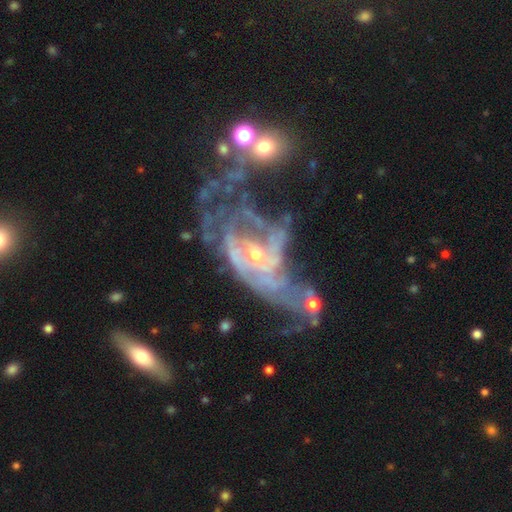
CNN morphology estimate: Smooth or featured?
  - featured or disk: 83% *
  - star or artifact: 10%
  - smooth: 8%
Edge-on disk?
  - no: 95% *
  - yes: 5%
Bar?
  - no: 65% *
  - weak: 26%
  - strong: 9%
Spiral arms?
  - yes: 80% *
  - no: 20%
Spiral winding?
  - tight: 41% *
  - medium: 37%
  - loose: 22%
Spiral arm count?
  - can't tell: 46% *
  - 2: 19%
  - 3: 14%
  - 4: 8%
  - 1: 7%
  - more than 4: 6%
Bulge size?
  - small: 62% *
  - moderate: 31%
  - none: 4%
  - large: 2%
  - dominant: 1%
Merging?
  - major disturbance: 43% *
  - merger: 25%
  - none: 18%
  - minor disturbance: 14%